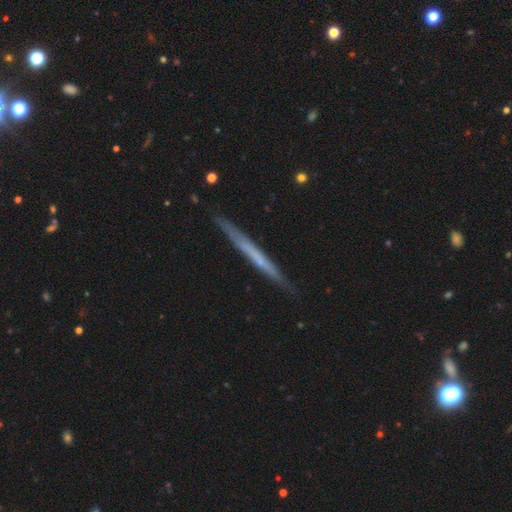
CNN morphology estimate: type=featured or disk (53%); edge-on=yes (96%); edge-on bulge=none (90%); merging=none (89%).